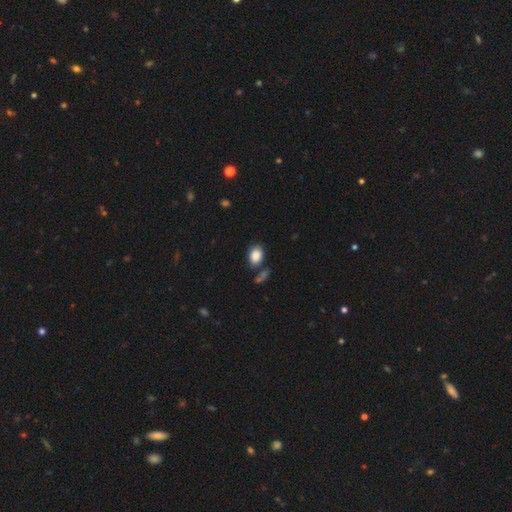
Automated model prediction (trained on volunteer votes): This appears to be a smooth galaxy with no disk features (87%) that is in between round and cigar-shaped (76%). Merging: none (70%).